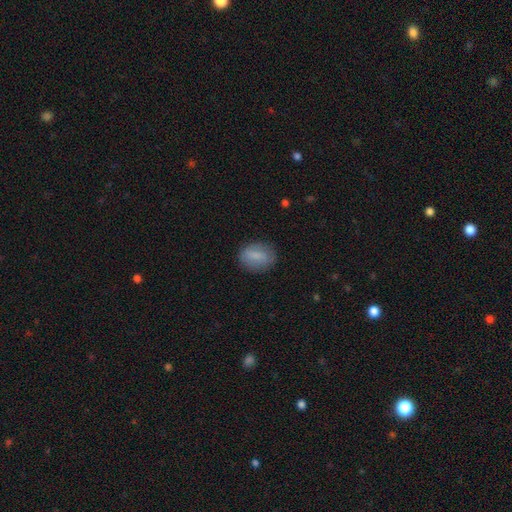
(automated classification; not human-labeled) Morphology: type=smooth (78%); roundness=in between (68%); merging=none (81%).